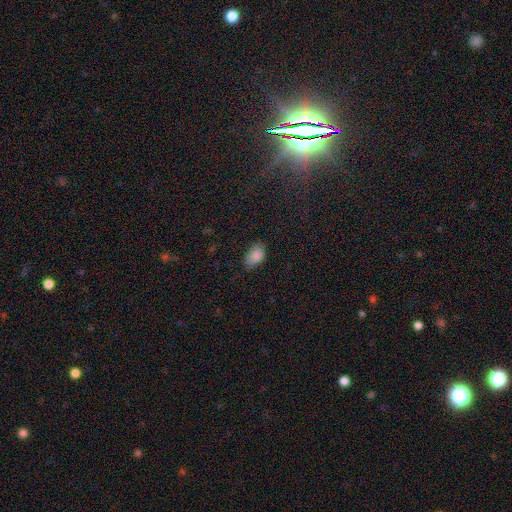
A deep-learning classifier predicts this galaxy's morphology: This appears to be a smooth galaxy with no disk features (87%) that is in between round and cigar-shaped (91%). Merging: none (74%).